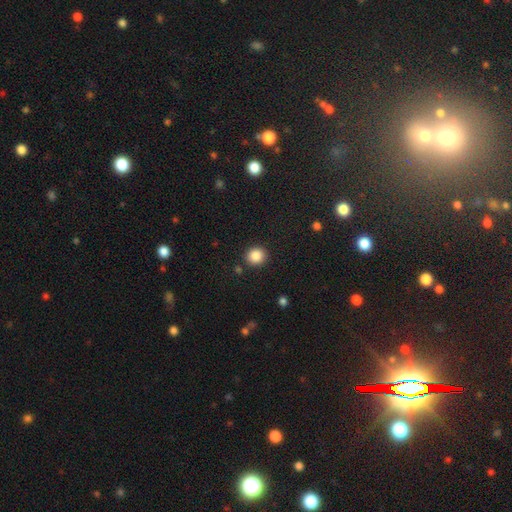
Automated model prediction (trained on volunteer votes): A smooth galaxy with no disk features (86%) that is round (86%). Merging: none (88%).